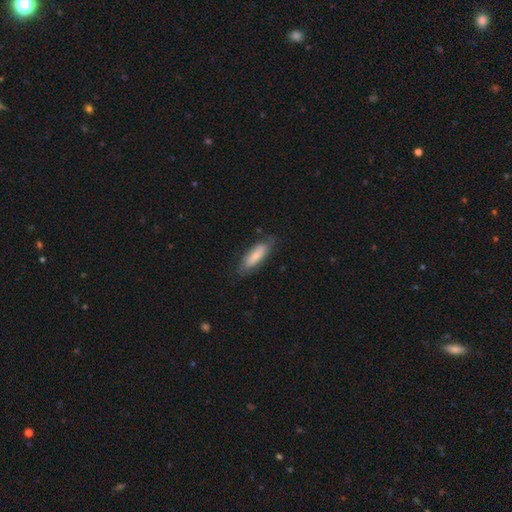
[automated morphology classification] smooth-or-featured: smooth: 70% | featured or disk: 24% | star or artifact: 6%
  how-rounded: in between: 56% | cigar-shaped: 42% | round: 2%
  merging: none: 75% | minor disturbance: 19% | major disturbance: 4% | merger: 1%